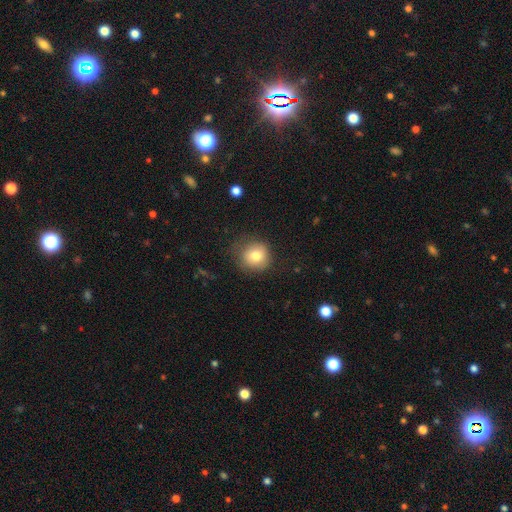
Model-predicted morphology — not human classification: smooth-or-featured: smooth: 79% | featured or disk: 11% | star or artifact: 10%
  how-rounded: round: 88% | in between: 11% | cigar-shaped: 1%
  merging: none: 72% | minor disturbance: 20% | major disturbance: 7% | merger: 1%